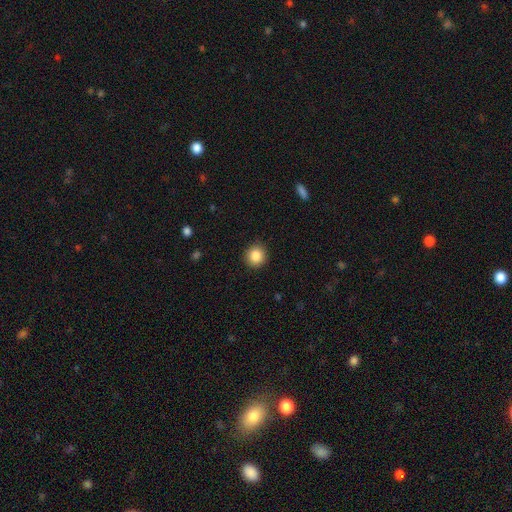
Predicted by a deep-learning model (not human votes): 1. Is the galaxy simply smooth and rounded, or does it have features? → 86% smooth, 10% star or artifact, 5% featured or disk.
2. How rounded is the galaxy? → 93% round, 6% in between, 1% cigar-shaped.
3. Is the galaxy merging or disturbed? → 91% none, 6% minor disturbance, 2% major disturbance, 1% merger.